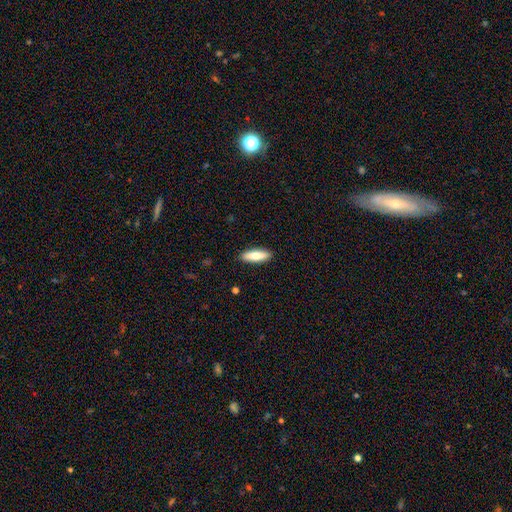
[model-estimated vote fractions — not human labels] smooth 74%, featured or disk 20%, star or artifact 6%. Down the decision tree: how rounded — cigar-shaped (50%); merging — none (90%).